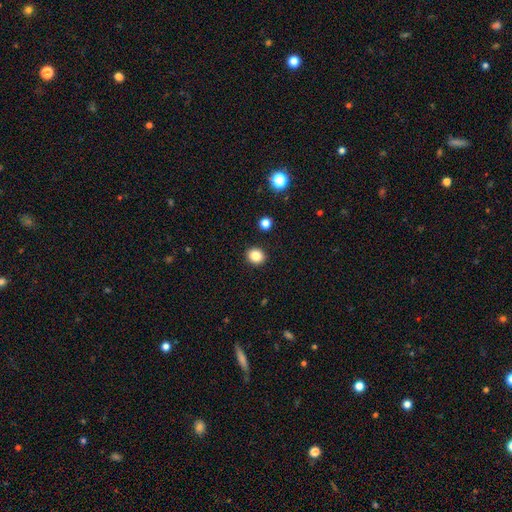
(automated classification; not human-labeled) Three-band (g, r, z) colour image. It shows a smooth galaxy with no disk features (84%) that is round (75%). Merging: none (91%).